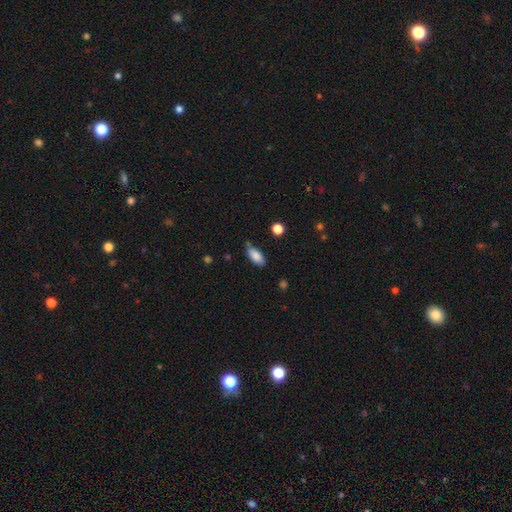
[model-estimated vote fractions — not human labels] This is clearly a smooth galaxy (85%). How rounded: clearly in between (86%). Merging: likely none (72%).